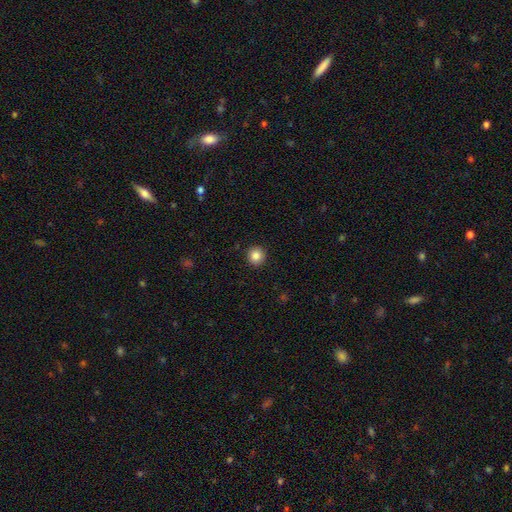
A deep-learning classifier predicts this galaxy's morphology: Overall: smooth (86%). How rounded: round (94%). Merging: none (92%).